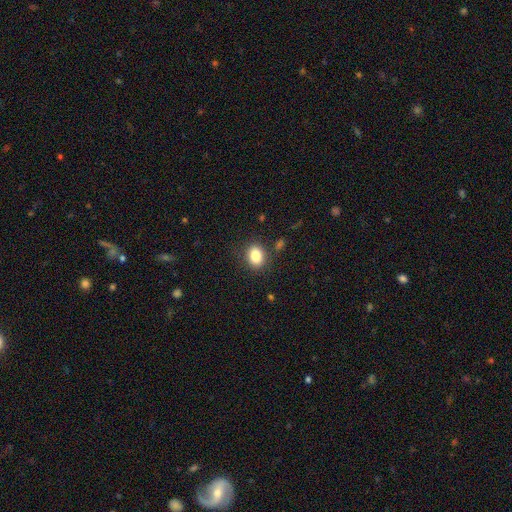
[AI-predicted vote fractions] smooth_or_featured: smooth (p=0.84) [alt: star or artifact p=0.10]
how_rounded: in between (p=0.66) [alt: round p=0.33]
merging: none (p=0.85) [alt: minor disturbance p=0.10]